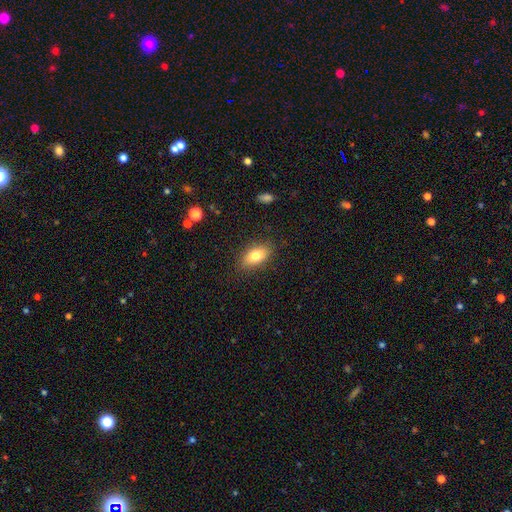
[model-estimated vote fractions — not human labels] Smooth or featured?
  - smooth: 76% *
  - featured or disk: 15%
  - star or artifact: 8%
How rounded?
  - in between: 86% *
  - round: 7%
  - cigar-shaped: 7%
Merging?
  - none: 85% *
  - minor disturbance: 11%
  - major disturbance: 3%
  - merger: 1%